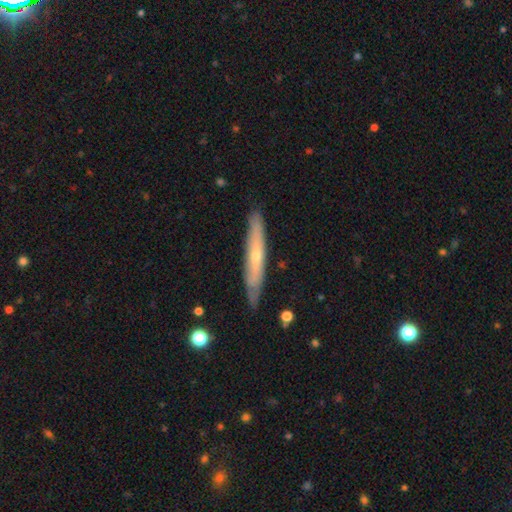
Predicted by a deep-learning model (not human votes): Overall: featured or disk (54%; smooth 39%). Edge-on disk: yes (80%). Merging: none (82%).